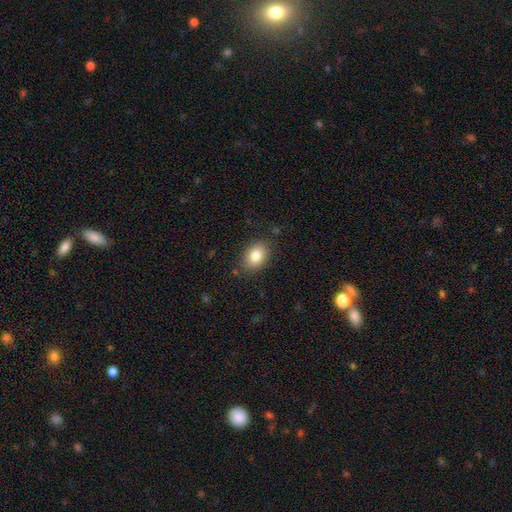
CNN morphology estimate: Overall: smooth (83%). How rounded: in between (76%). Merging: none (84%).